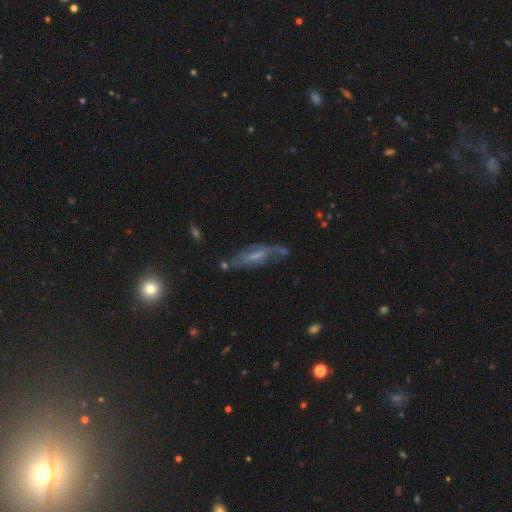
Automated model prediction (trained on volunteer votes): Q: Smooth or featured?
A: featured or disk (57%); runner-up: smooth (34%)
Q: Edge-on disk?
A: no (58%); runner-up: yes (42%)
Q: Merging?
A: none (58%); runner-up: minor disturbance (24%)